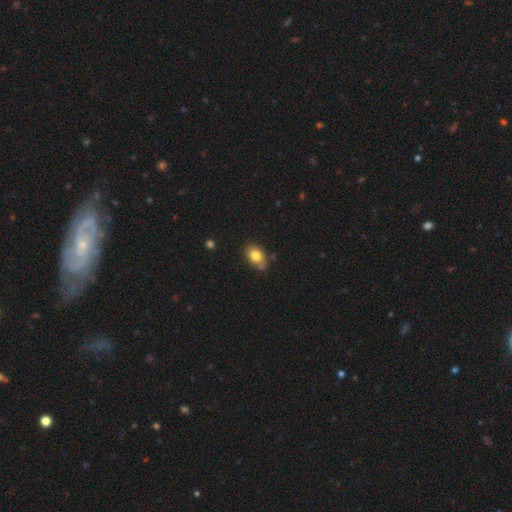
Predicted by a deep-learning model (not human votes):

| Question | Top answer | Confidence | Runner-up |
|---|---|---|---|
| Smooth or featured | smooth | 79% | featured or disk (12%) |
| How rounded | in between | 81% | round (17%) |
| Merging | none | 68% | minor disturbance (21%) |